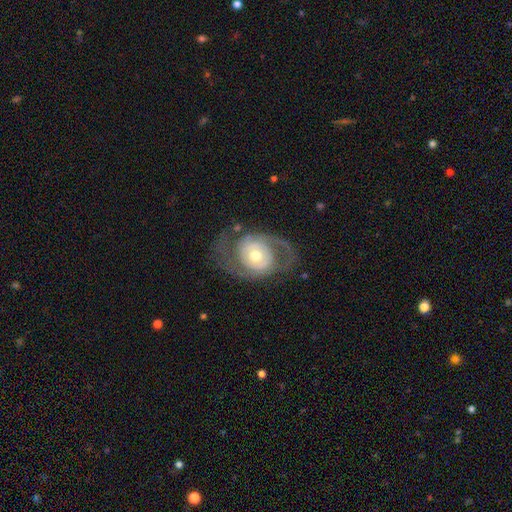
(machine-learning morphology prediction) Smooth or featured: featured or disk — 79% (smooth — 16%)
Edge-on disk: no — 96% (yes — 4%)
Bar: no — 72% (weak — 22%)
Spiral arms: yes — 78% (no — 22%)
Spiral winding: medium — 44% (tight — 32%)
Spiral arm count: 2 — 80% (can't tell — 11%)
Bulge size: moderate — 68% (small — 19%)
Merging: none — 66% (major disturbance — 17%)